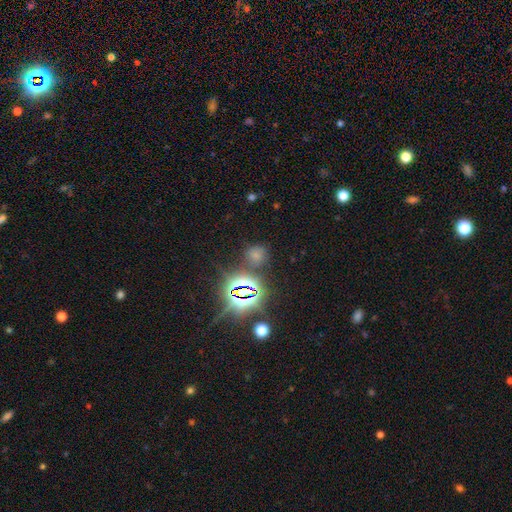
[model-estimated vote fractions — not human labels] Smooth or featured?
  - smooth: 51% *
  - star or artifact: 42%
  - featured or disk: 7%
How rounded?
  - round: 77% *
  - in between: 22%
  - cigar-shaped: 2%
Merging?
  - none: 74% *
  - minor disturbance: 14%
  - merger: 7%
  - major disturbance: 6%